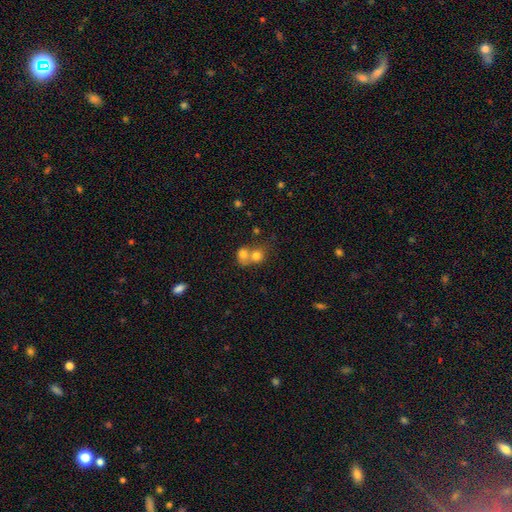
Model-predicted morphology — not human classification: A smooth galaxy with no disk features (75%) that is round (75%). Merging: merger (65%).